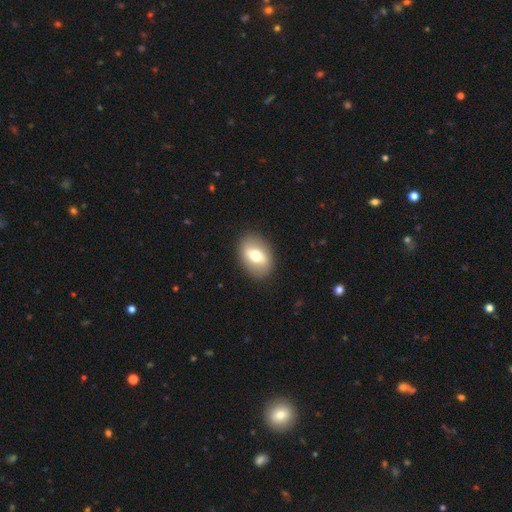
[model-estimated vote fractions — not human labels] Smooth or featured? smooth (59%)
How rounded? in between (76%)
Merging? none (88%)